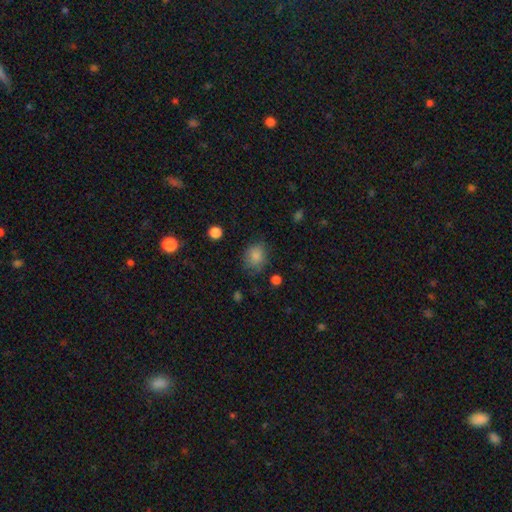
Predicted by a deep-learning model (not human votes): Smooth or featured? Predicted: smooth (p=0.83). How rounded? Predicted: round (p=0.62). Merging? Predicted: none (p=0.64).